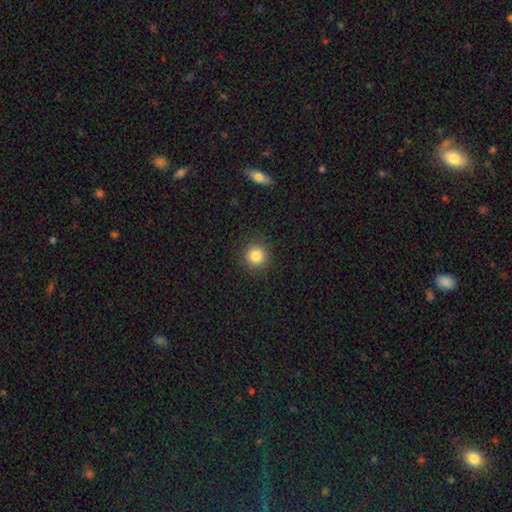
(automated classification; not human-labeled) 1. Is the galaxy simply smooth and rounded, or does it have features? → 84% smooth, 11% star or artifact, 5% featured or disk.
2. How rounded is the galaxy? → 94% round, 5% in between, 1% cigar-shaped.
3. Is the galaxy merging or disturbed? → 90% none, 6% minor disturbance, 2% major disturbance, 1% merger.